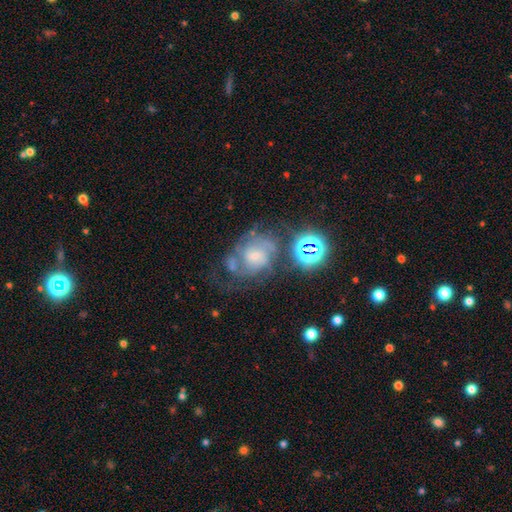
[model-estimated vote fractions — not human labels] Morphology: type=featured or disk (65%); edge-on=no (97%); bar=no (62%); spiral arms=yes (86%); winding=tight (45%); arm count=can't tell (39%); bulge=small (54%); merging=none (42%).